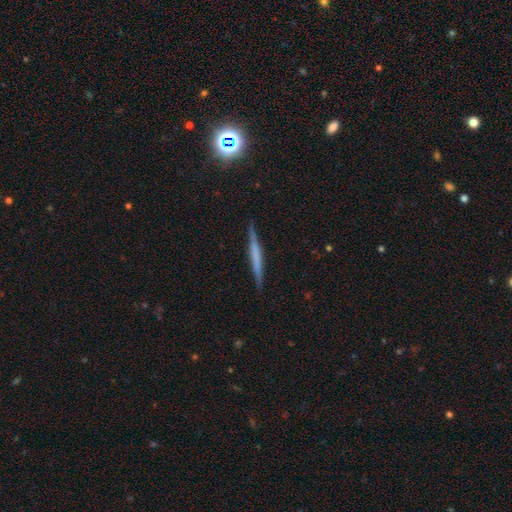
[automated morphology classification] Overall: featured or disk (51%; smooth 41%). Edge-on disk: yes (97%). Merging: none (89%).